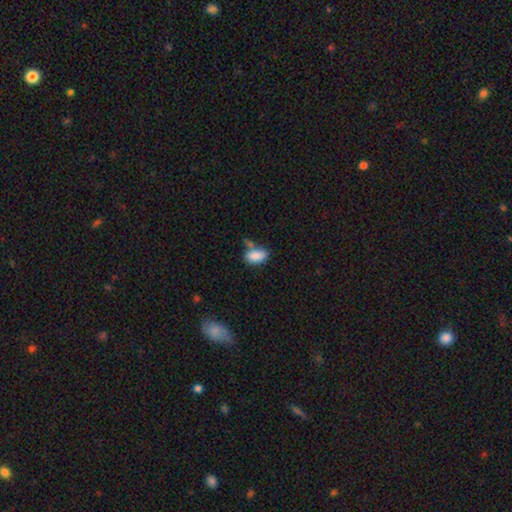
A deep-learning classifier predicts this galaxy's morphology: Smooth or featured? Predicted: smooth (p=0.86). How rounded? Predicted: in between (p=0.91). Merging? Predicted: none (p=0.55).